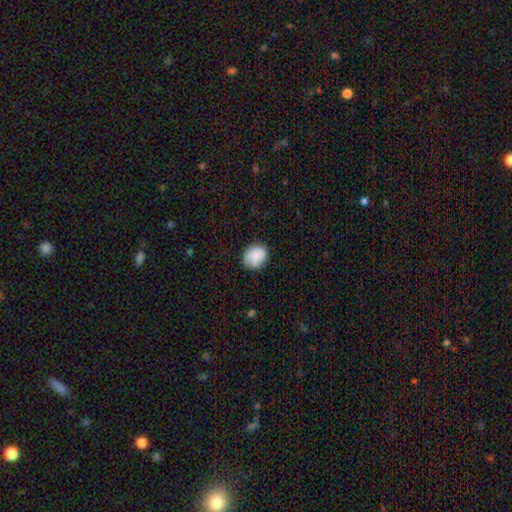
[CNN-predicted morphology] A smooth galaxy with no disk features (84%) that is round (69%). Merging: none (77%).